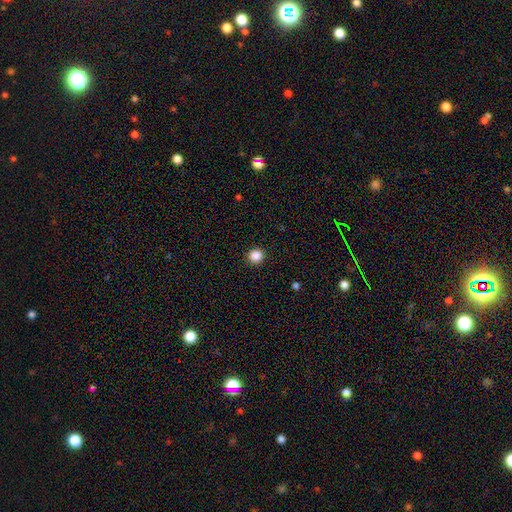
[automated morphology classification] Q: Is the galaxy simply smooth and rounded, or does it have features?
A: smooth — 87%.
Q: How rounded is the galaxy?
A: round — 92%.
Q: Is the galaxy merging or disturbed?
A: none — 93%.